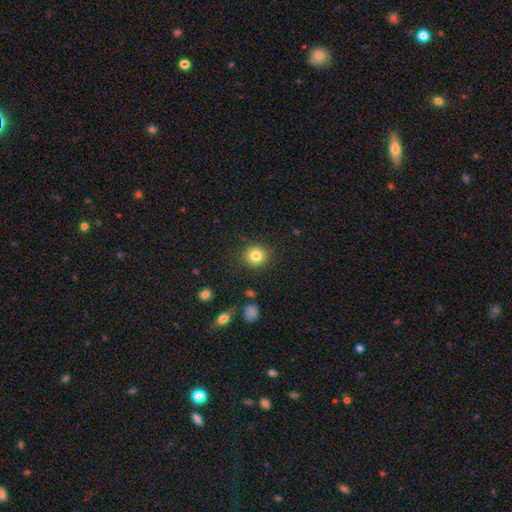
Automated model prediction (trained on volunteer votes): Smooth or featured? smooth (83%)
How rounded? round (89%)
Merging? none (88%)